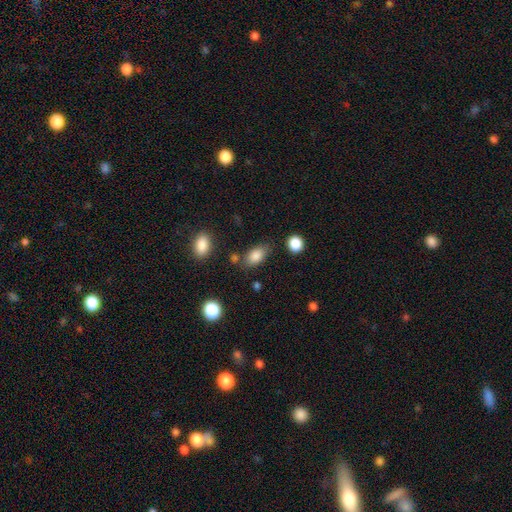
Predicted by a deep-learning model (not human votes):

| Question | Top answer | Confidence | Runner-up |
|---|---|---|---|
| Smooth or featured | smooth | 85% | star or artifact (8%) |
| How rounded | in between | 89% | round (8%) |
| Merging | none | 72% | minor disturbance (17%) |